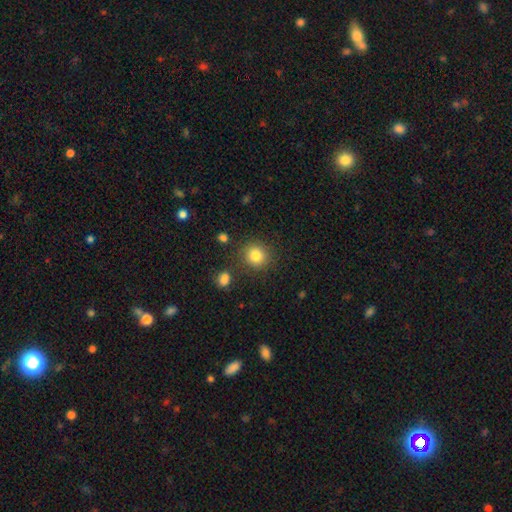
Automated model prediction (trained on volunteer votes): This appears to be a smooth galaxy with no disk features (82%) that is round (89%). Merging: none (85%).